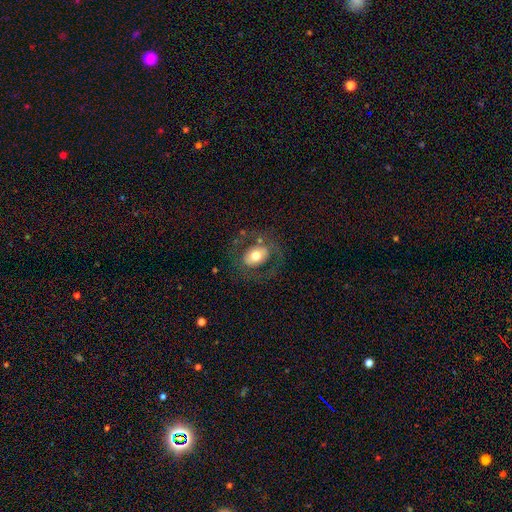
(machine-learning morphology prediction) Smooth or featured? smooth (53%)
How rounded? in between (70%)
Merging? none (70%)